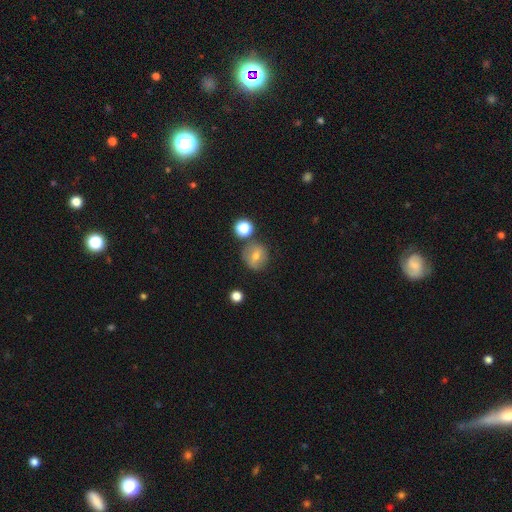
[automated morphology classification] Q: Smooth or featured?
A: smooth (62%); runner-up: featured or disk (24%)
Q: How rounded?
A: round (86%); runner-up: in between (13%)
Q: Merging?
A: none (75%); runner-up: minor disturbance (12%)